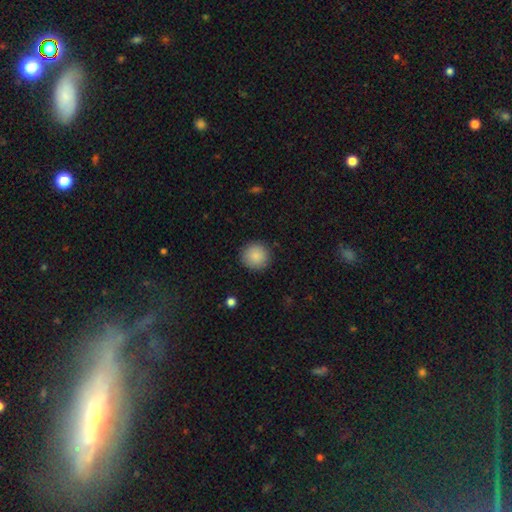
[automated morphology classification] smooth_or_featured: smooth (p=0.88) [alt: star or artifact p=0.08]
how_rounded: round (p=0.94) [alt: in between p=0.05]
merging: none (p=0.90) [alt: minor disturbance p=0.06]